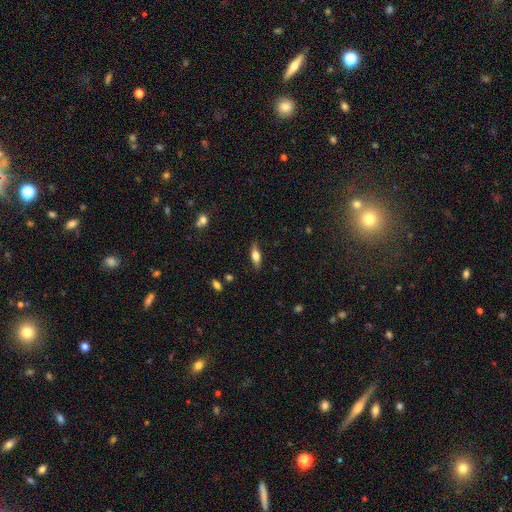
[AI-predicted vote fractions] This is possibly a smooth galaxy (60%). How rounded: likely in between (62%). Merging: clearly none (81%).